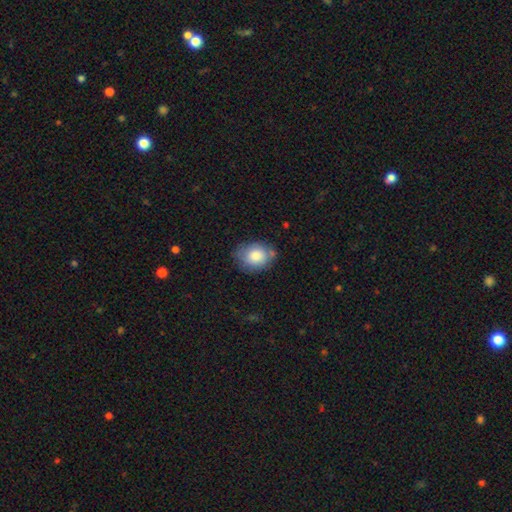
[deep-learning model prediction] A smooth galaxy with no disk features (81%) that is in between round and cigar-shaped (54%). Merging: none (68%).